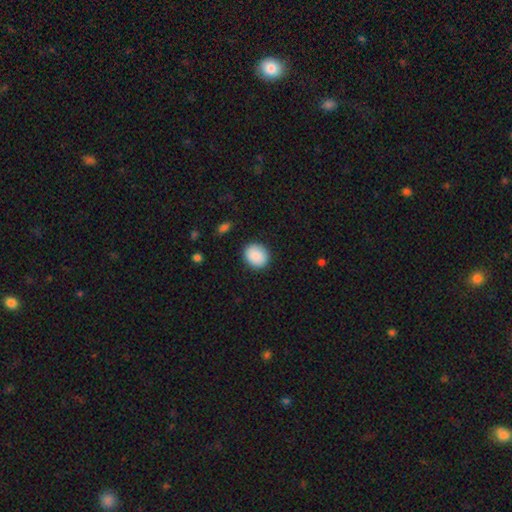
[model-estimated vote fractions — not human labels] smooth 89%, star or artifact 7%, featured or disk 4%. Down the decision tree: how rounded — round (75%); merging — none (89%).